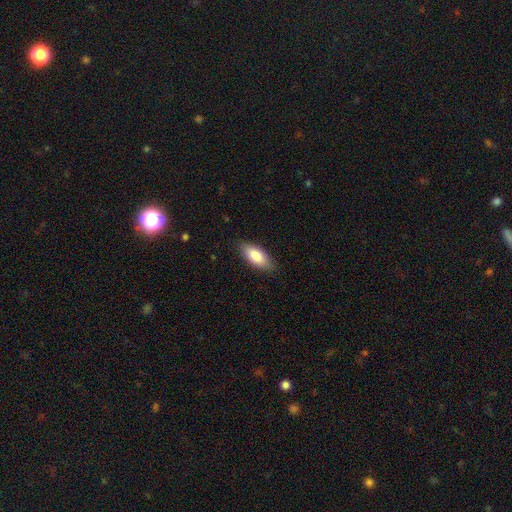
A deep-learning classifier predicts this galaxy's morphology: A smooth galaxy with no disk features (84%) that is in between round and cigar-shaped (83%). Merging: none (85%).